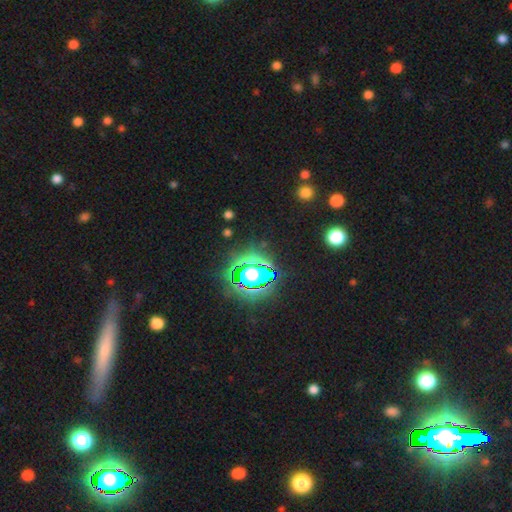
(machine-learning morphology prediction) Smooth or featured? star or artifact (78%)